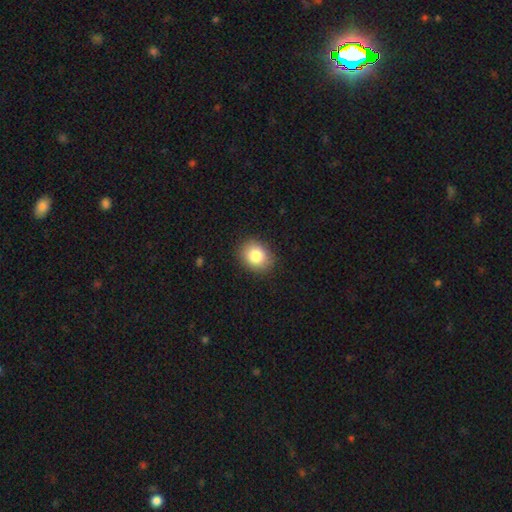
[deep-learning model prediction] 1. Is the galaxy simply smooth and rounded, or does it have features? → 83% smooth, 9% star or artifact, 8% featured or disk.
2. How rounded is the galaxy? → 51% round, 48% in between, 1% cigar-shaped.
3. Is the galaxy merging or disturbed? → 88% none, 9% minor disturbance, 2% major disturbance, 1% merger.